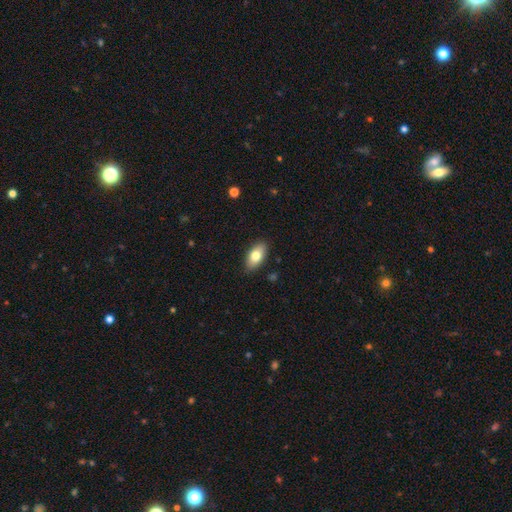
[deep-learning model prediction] The model was most divided on "smooth or featured": smooth: 78%, featured or disk: 15%, star or artifact: 7%. More confident: how rounded — in between (91%); merging — none (88%).